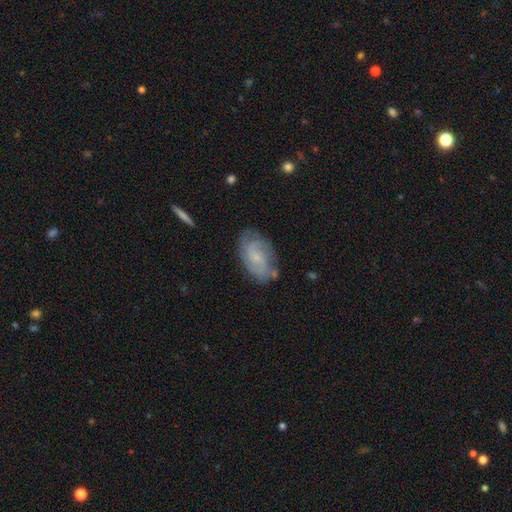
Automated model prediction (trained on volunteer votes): This appears to be a featured or disk galaxy (56%) with no bar (65%), spiral arms (83%) and a small central bulge (60%). Merging: none (73%).